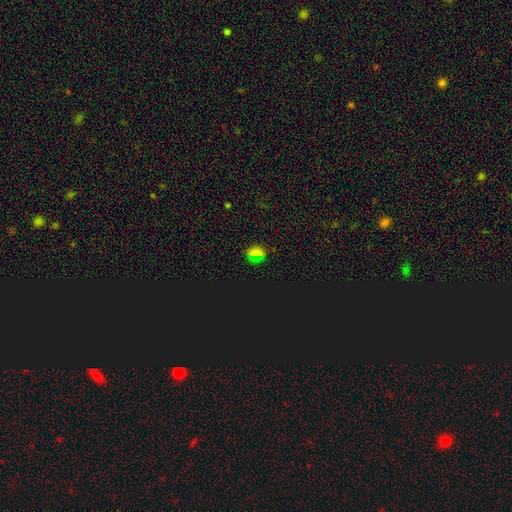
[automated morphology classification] The model was most divided on "smooth or featured": smooth: 47%, star or artifact: 46%, featured or disk: 7%. More confident: merging — none (85%).